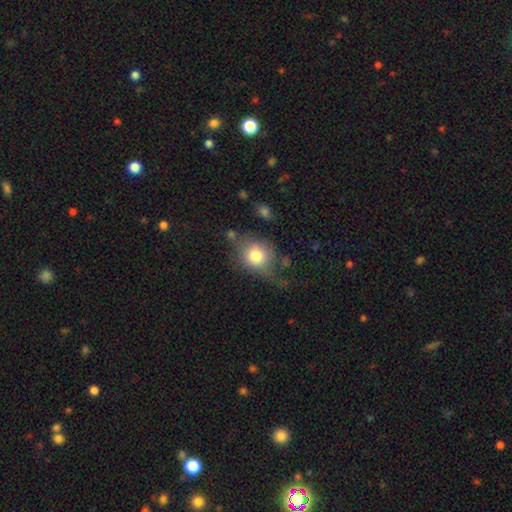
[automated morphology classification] The model was most divided on "merging": none: 47%, minor disturbance: 28%, major disturbance: 20%, merger: 6%. More confident: smooth or featured — smooth (75%); how rounded — round (67%).